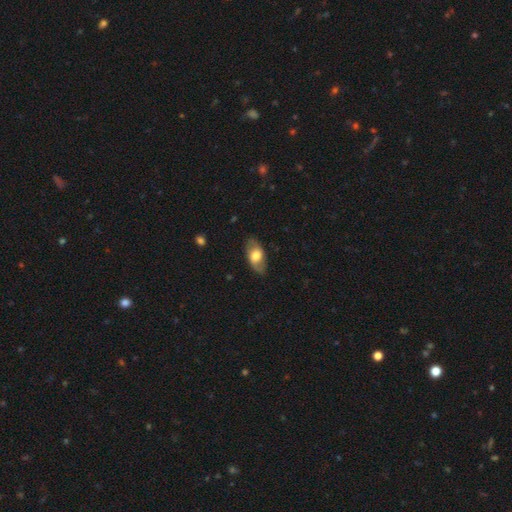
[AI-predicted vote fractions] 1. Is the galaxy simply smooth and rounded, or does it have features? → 56% smooth, 38% featured or disk, 6% star or artifact.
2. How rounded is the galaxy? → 90% in between, 5% round, 4% cigar-shaped.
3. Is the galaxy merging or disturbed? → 80% none, 14% minor disturbance, 4% major disturbance, 1% merger.